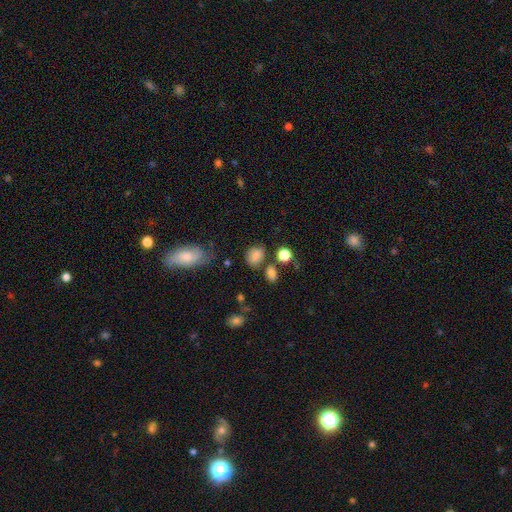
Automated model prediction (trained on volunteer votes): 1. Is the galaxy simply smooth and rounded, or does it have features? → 78% smooth, 12% star or artifact, 10% featured or disk.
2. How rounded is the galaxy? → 50% round, 48% in between, 1% cigar-shaped.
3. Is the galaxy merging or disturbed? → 68% none, 18% minor disturbance, 8% merger, 6% major disturbance.